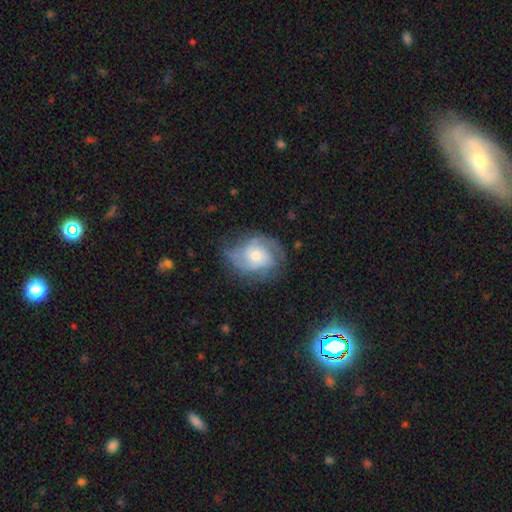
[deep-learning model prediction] A featured or disk galaxy (78%) with no bar (72%), 3 (32%) tight (44%) spiral arms (94%) and a moderate central bulge (56%).

Vote fractions:
- Smooth or featured? featured or disk: 78% / smooth: 15% / star or artifact: 7%
- Edge-on disk? no: 97% / yes: 3%
- Bar? no: 72% / weak: 24% / strong: 4%
- Spiral arms? yes: 94% / no: 6%
- Spiral winding? tight: 44% / medium: 42% / loose: 14%
- Spiral arm count? 3: 32% / 2: 27% / can't tell: 24% / 4: 8% / 1: 5% / more than 4: 4%
- Bulge size? moderate: 56% / small: 32% / large: 8% / none: 2% / dominant: 1%
- Merging? none: 65% / minor disturbance: 22% / major disturbance: 11% / merger: 1%